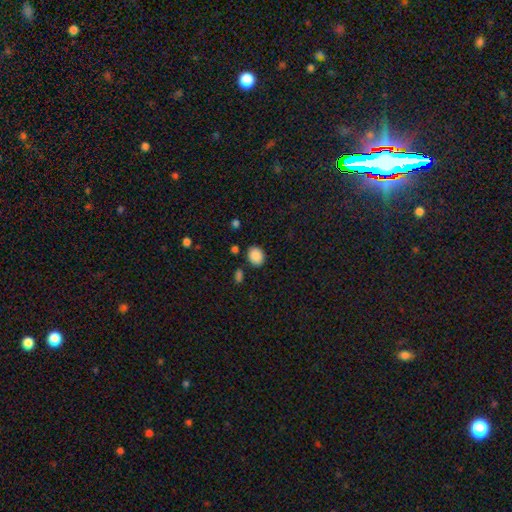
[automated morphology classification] smooth-or-featured: smooth: 88% | star or artifact: 9% | featured or disk: 3%
  how-rounded: in between: 53% | round: 46% | cigar-shaped: 1%
  merging: none: 82% | minor disturbance: 10% | merger: 4% | major disturbance: 3%